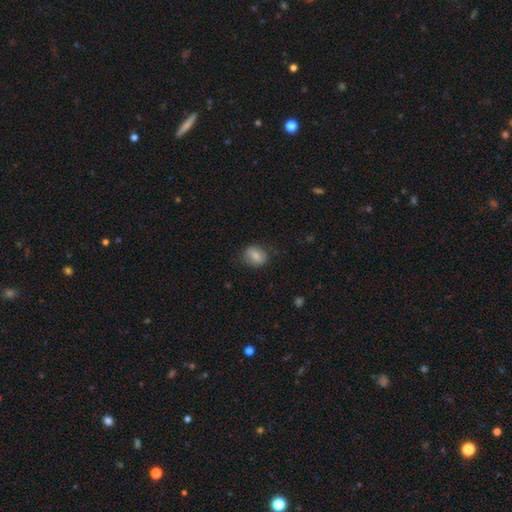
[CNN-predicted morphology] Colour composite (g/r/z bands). It shows a smooth galaxy with no disk features (73%) that is round (52%). Merging: none (80%).